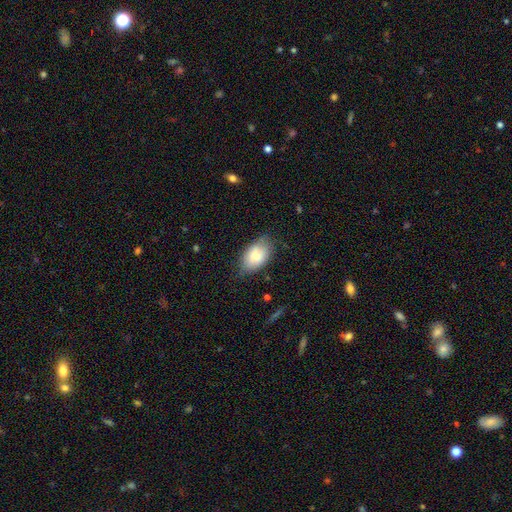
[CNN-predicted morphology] Q: Smooth or featured?
A: smooth (78%); runner-up: featured or disk (15%)
Q: How rounded?
A: in between (91%); runner-up: round (7%)
Q: Merging?
A: none (71%); runner-up: minor disturbance (23%)